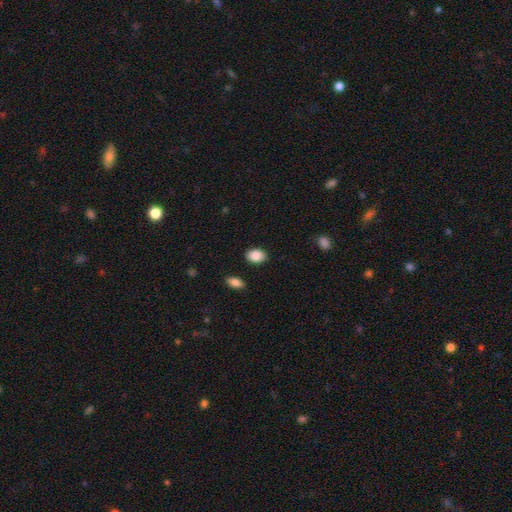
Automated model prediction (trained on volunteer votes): A smooth galaxy with no disk features (88%) that is in between round and cigar-shaped (78%).

Vote fractions:
- Smooth or featured? smooth: 88% / star or artifact: 7% / featured or disk: 5%
- How rounded? in between: 78% / round: 21% / cigar-shaped: 1%
- Merging? none: 87% / minor disturbance: 9% / major disturbance: 2% / merger: 2%